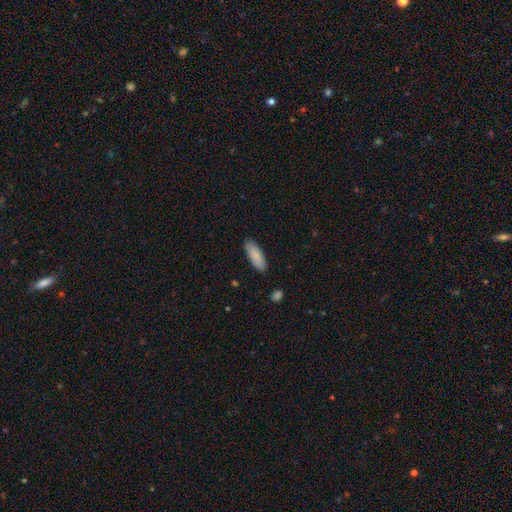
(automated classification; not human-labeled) Smooth or featured?
  - smooth: 87% *
  - featured or disk: 8%
  - star or artifact: 6%
How rounded?
  - in between: 67% *
  - cigar-shaped: 32%
  - round: 1%
Merging?
  - none: 87% *
  - minor disturbance: 10%
  - major disturbance: 2%
  - merger: 1%